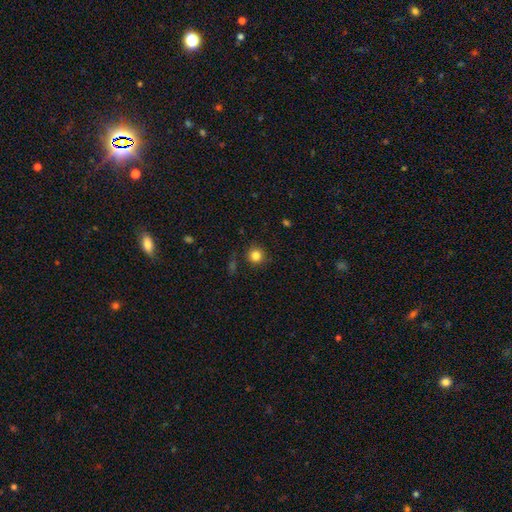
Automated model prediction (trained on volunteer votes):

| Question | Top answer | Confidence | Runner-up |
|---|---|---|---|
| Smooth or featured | smooth | 83% | star or artifact (12%) |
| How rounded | round | 94% | in between (5%) |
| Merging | none | 89% | minor disturbance (7%) |